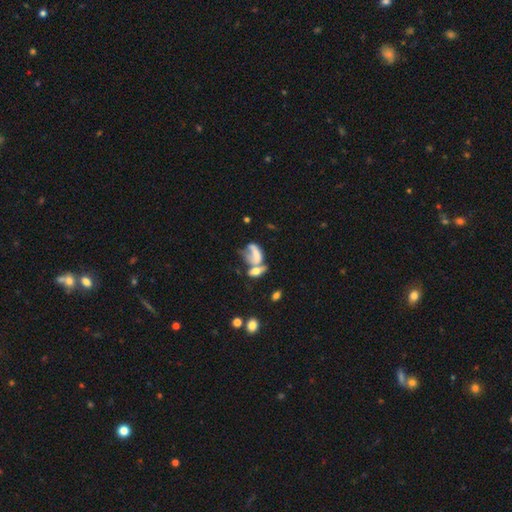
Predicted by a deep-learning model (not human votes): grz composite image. It shows a smooth galaxy with no disk features (49%). Merging: merger (53%).